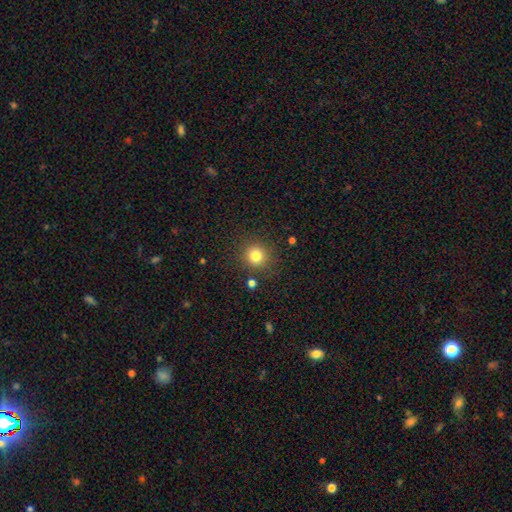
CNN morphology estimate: A smooth galaxy with no disk features (81%) that is round (91%). Merging: none (87%).